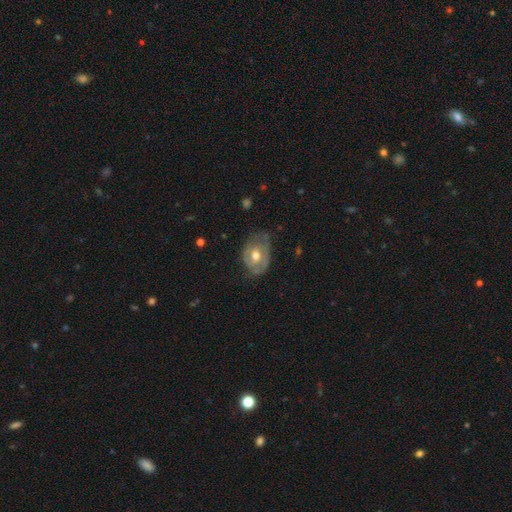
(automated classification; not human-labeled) Morphology: type=featured or disk (61%); edge-on=no (95%); bar=no (70%); spiral arms=yes (57%); bulge=moderate (77%); merging=none (51%).